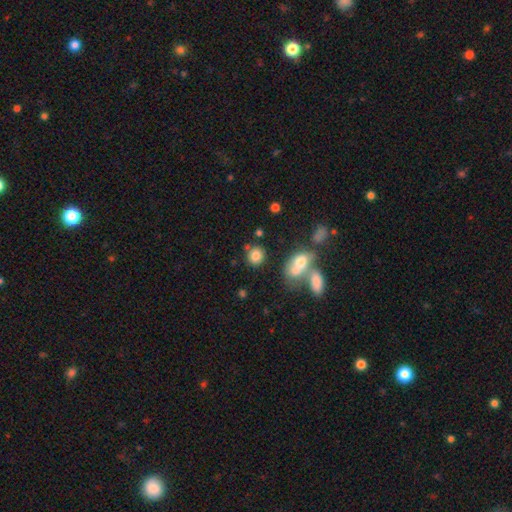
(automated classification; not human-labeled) smooth_or_featured: smooth (p=0.80) [alt: star or artifact p=0.11]
how_rounded: round (p=0.77) [alt: in between p=0.21]
merging: none (p=0.70) [alt: merger p=0.15]